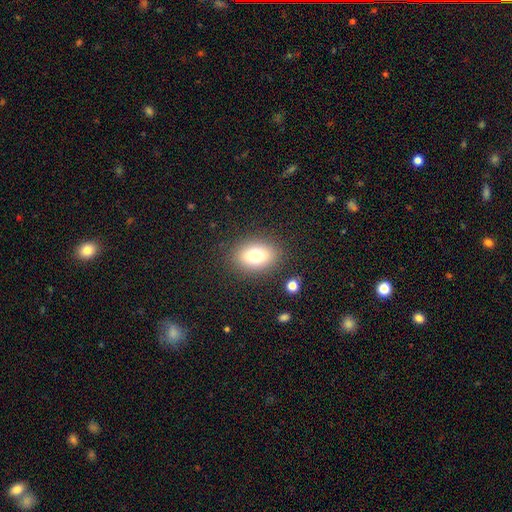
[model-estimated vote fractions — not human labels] Overall: smooth (76%). How rounded: in between (75%). Merging: none (85%).